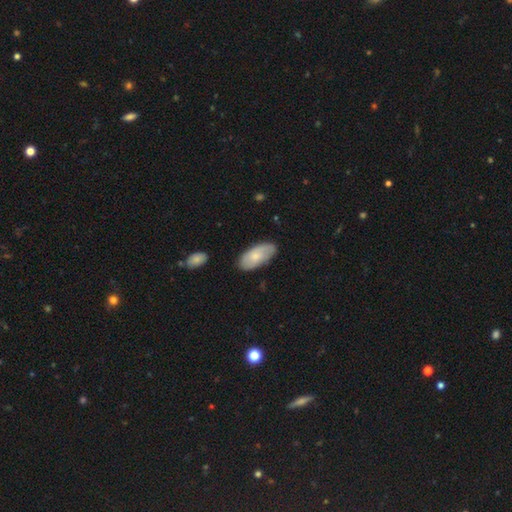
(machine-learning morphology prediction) Smooth or featured? smooth (70%)
How rounded? in between (92%)
Merging? none (77%)